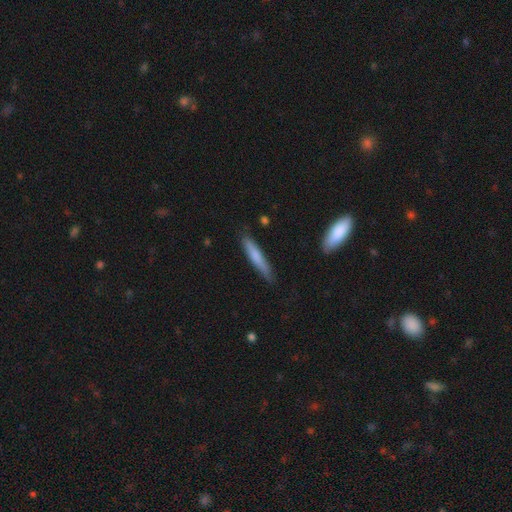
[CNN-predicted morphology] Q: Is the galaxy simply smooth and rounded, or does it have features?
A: smooth — 71%.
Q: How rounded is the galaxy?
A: cigar-shaped — 91%.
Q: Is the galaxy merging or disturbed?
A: none — 79%.